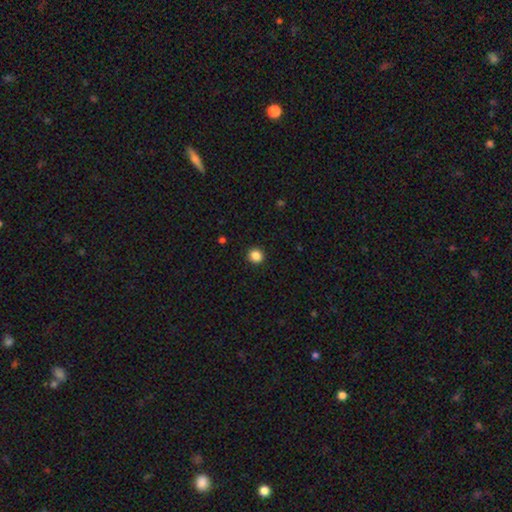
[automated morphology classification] Smooth or featured? smooth (87%)
How rounded? round (89%)
Merging? none (93%)